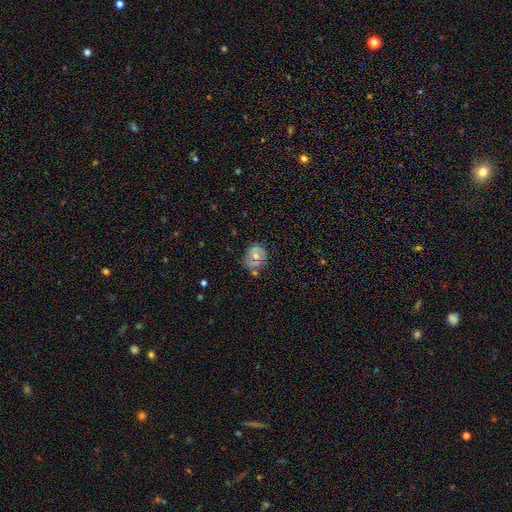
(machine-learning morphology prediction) Q: Smooth or featured?
A: smooth (45%); runner-up: featured or disk (43%)
Q: Merging?
A: none (63%); runner-up: minor disturbance (22%)